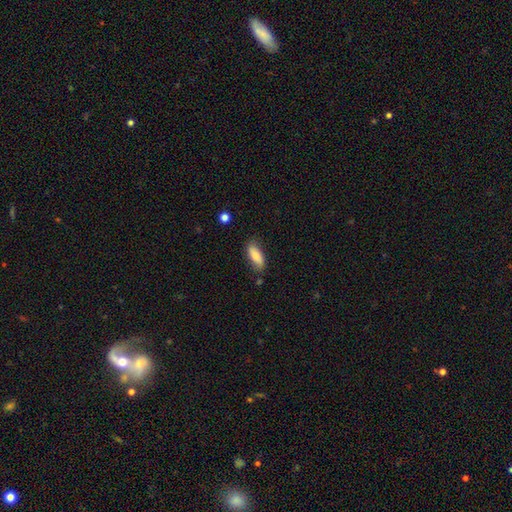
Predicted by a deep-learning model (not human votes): Morphology: type=smooth (76%); roundness=in between (74%); merging=none (74%).